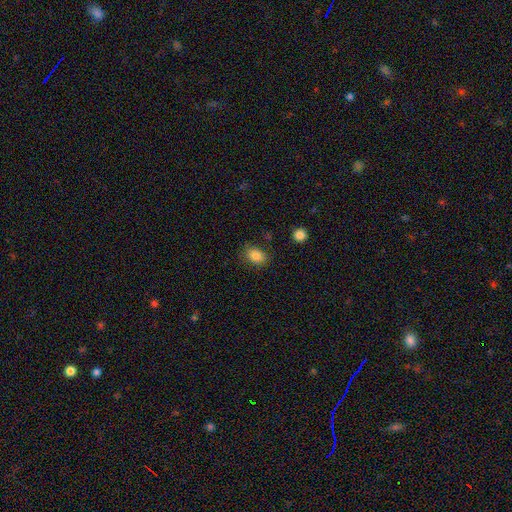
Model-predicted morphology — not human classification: A smooth galaxy with no disk features (84%) that is in between round and cigar-shaped (70%).

Vote fractions:
- Smooth or featured? smooth: 84% / star or artifact: 9% / featured or disk: 7%
- How rounded? in between: 70% / round: 29% / cigar-shaped: 1%
- Merging? none: 79% / minor disturbance: 15% / major disturbance: 4% / merger: 2%